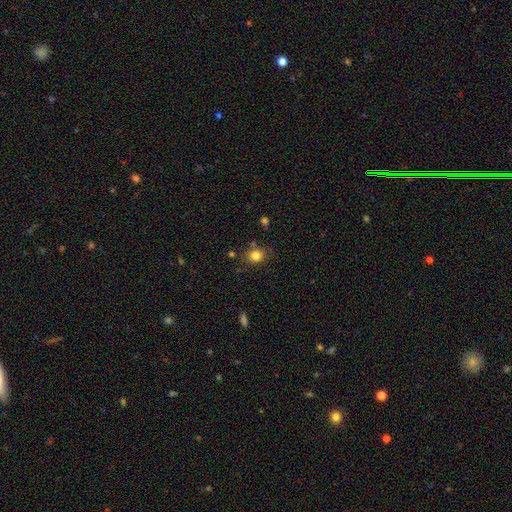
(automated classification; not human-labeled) A smooth galaxy with no disk features (81%) that is round (68%).

Vote fractions:
- Smooth or featured? smooth: 81% / star or artifact: 12% / featured or disk: 7%
- How rounded? round: 68% / in between: 31% / cigar-shaped: 1%
- Merging? none: 76% / minor disturbance: 14% / merger: 5% / major disturbance: 4%